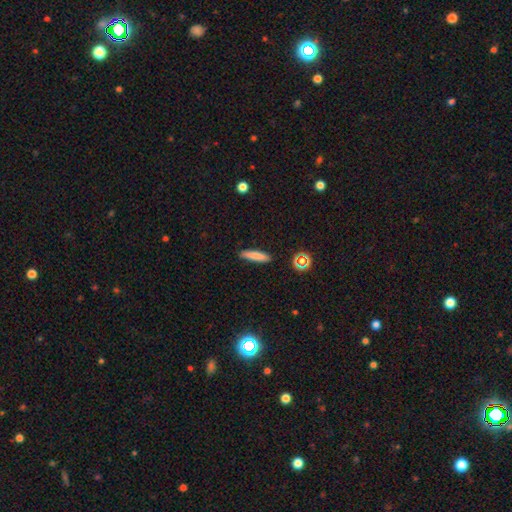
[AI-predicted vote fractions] smooth-or-featured: smooth: 81% | featured or disk: 10% | star or artifact: 9%
  how-rounded: cigar-shaped: 82% | in between: 16% | round: 2%
  merging: none: 88% | minor disturbance: 8% | major disturbance: 2% | merger: 2%